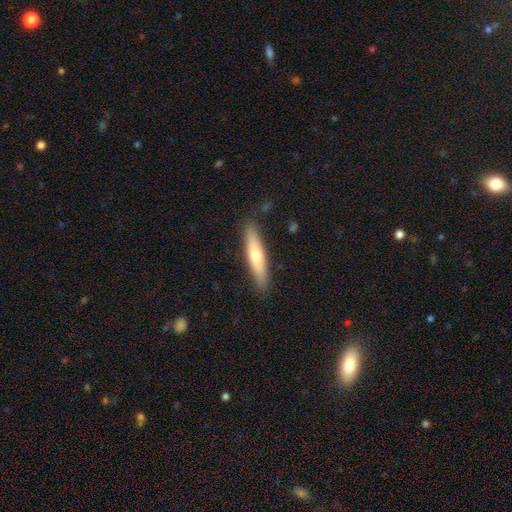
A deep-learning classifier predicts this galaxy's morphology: A smooth galaxy with no disk features (57%) that is cigar-shaped (82%). Merging: none (88%).